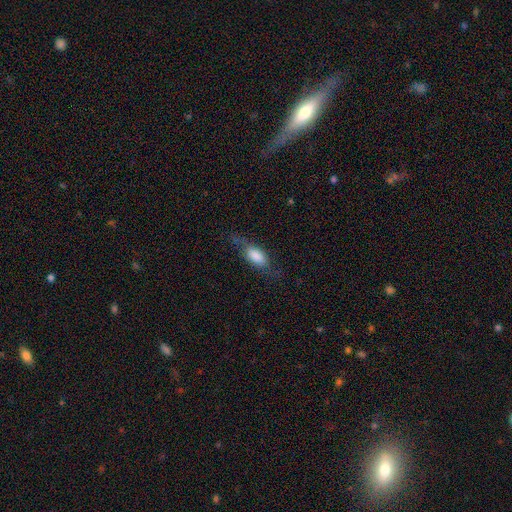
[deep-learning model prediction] Smooth or featured: smooth — 68% (featured or disk — 24%)
How rounded: in between — 74% (cigar-shaped — 21%)
Merging: none — 62% (minor disturbance — 23%)